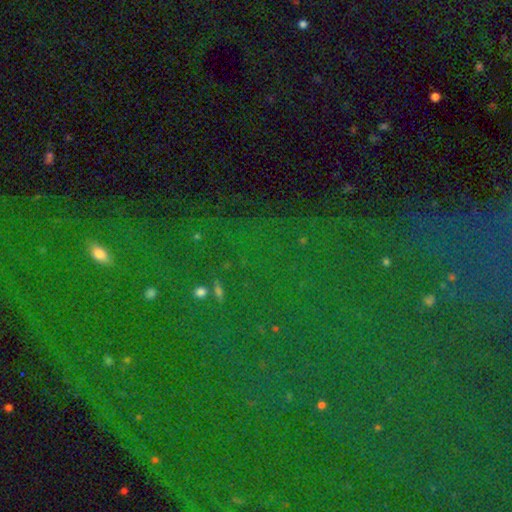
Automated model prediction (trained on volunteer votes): Q: Smooth or featured?
A: star or artifact (83%); runner-up: smooth (9%)